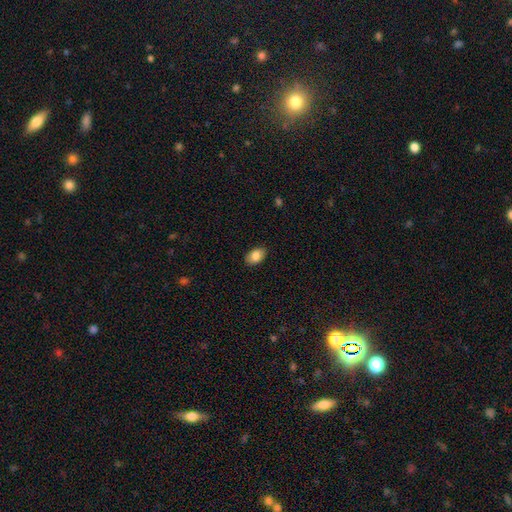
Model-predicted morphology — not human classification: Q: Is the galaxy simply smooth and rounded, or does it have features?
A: smooth — 84%.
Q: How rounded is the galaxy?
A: in between — 89%.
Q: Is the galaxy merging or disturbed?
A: none — 88%.